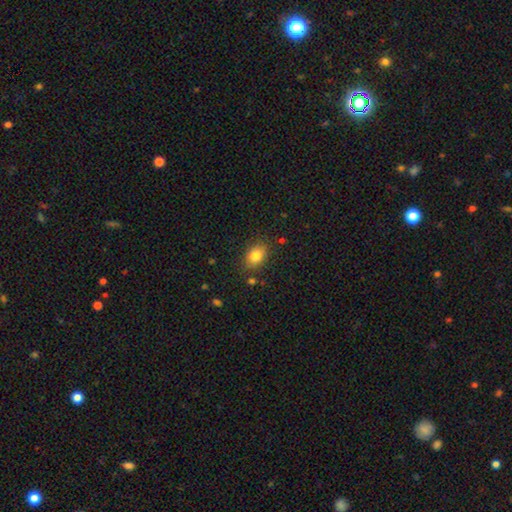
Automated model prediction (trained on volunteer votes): Smooth or featured? smooth (82%)
How rounded? in between (74%)
Merging? none (81%)